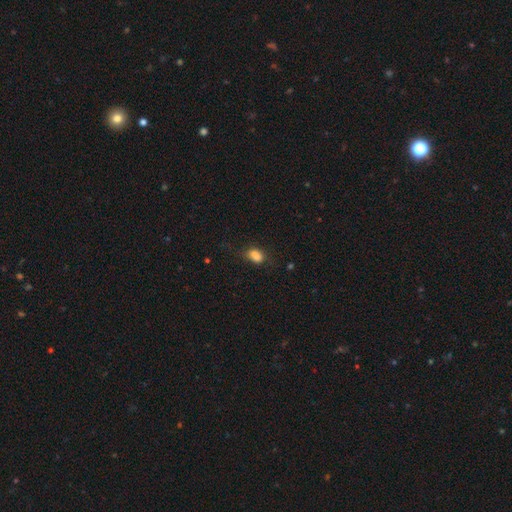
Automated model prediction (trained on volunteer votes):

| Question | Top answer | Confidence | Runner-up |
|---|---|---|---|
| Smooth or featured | smooth | 82% | star or artifact (11%) |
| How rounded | in between | 79% | round (19%) |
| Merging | none | 56% | minor disturbance (27%) |